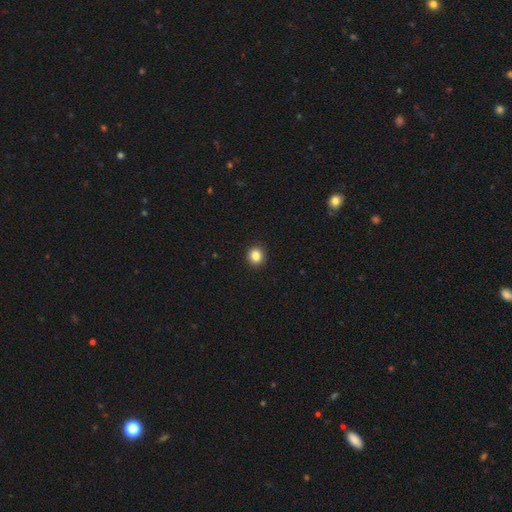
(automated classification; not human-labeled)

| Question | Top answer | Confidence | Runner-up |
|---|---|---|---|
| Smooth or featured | smooth | 85% | star or artifact (11%) |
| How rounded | round | 86% | in between (13%) |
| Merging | none | 93% | minor disturbance (5%) |